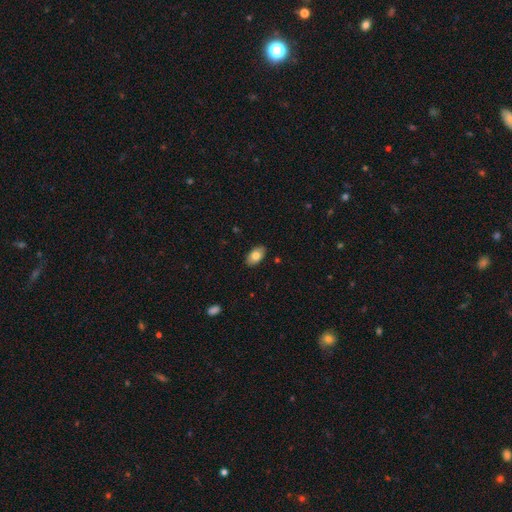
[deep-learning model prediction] This is likely a smooth galaxy (78%). How rounded: clearly in between (94%). Merging: clearly none (87%).